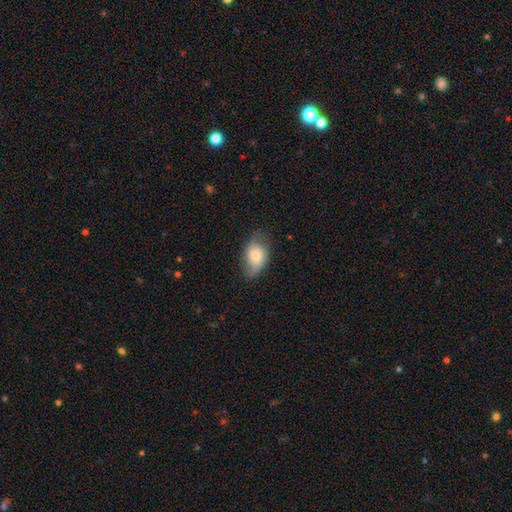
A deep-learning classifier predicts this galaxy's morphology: Smooth or featured? smooth (63%)
How rounded? in between (86%)
Merging? none (64%)